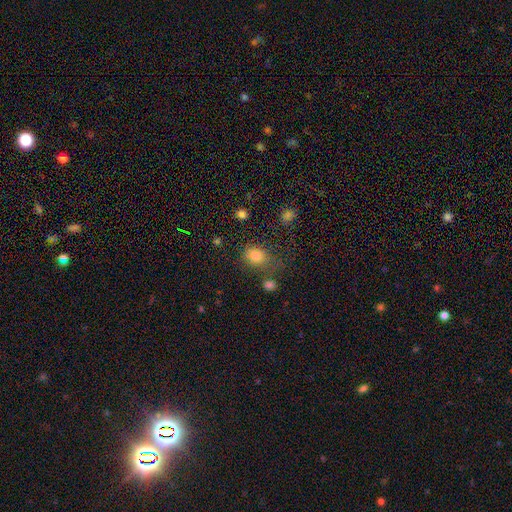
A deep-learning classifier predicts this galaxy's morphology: Smooth or featured?
  - smooth: 81% *
  - star or artifact: 12%
  - featured or disk: 7%
How rounded?
  - round: 50% *
  - in between: 49%
  - cigar-shaped: 1%
Merging?
  - none: 63% *
  - minor disturbance: 20%
  - major disturbance: 9%
  - merger: 8%